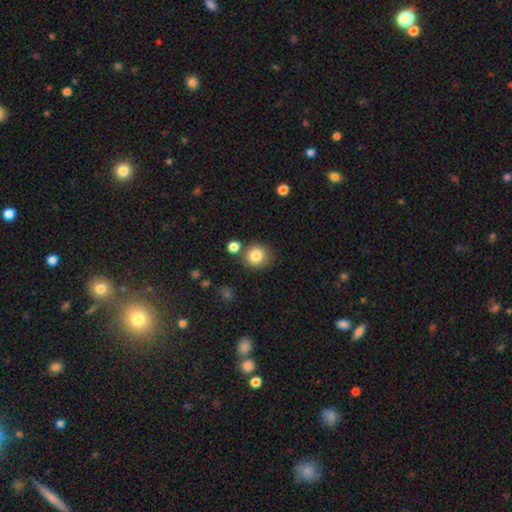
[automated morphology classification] A smooth galaxy with no disk features (84%) that is round (89%).

Vote fractions:
- Smooth or featured? smooth: 84% / star or artifact: 10% / featured or disk: 6%
- How rounded? round: 89% / in between: 10% / cigar-shaped: 1%
- Merging? none: 76% / minor disturbance: 10% / merger: 10% / major disturbance: 3%